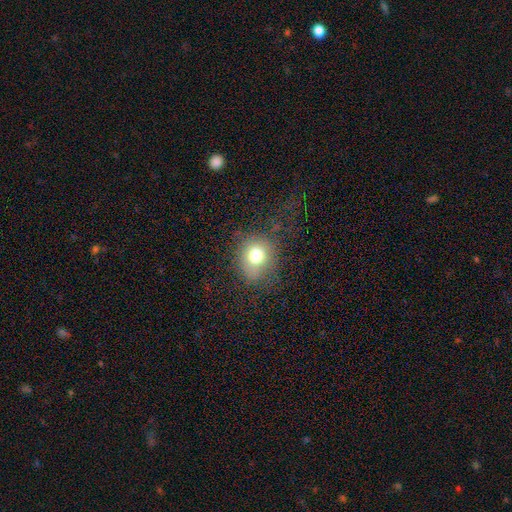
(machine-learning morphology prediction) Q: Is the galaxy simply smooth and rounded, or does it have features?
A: smooth — 73%.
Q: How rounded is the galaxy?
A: round — 70%.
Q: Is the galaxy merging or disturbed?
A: none — 66%.